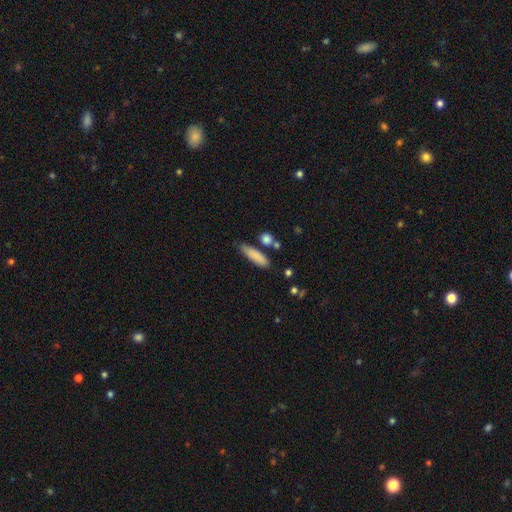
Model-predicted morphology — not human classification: A smooth galaxy with no disk features (84%) that is cigar-shaped (63%). Merging: none (71%).